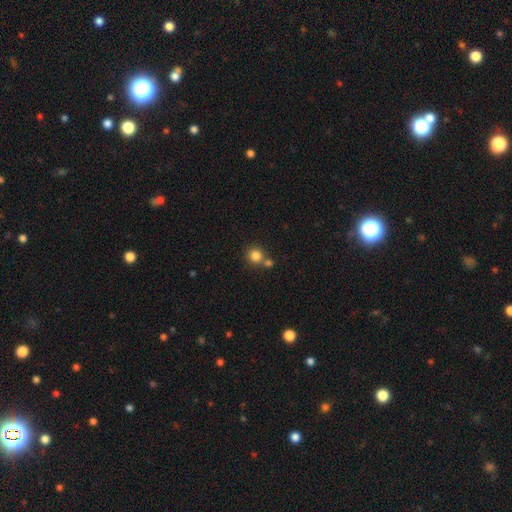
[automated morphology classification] The model was most divided on "merging": none: 61%, merger: 28%, minor disturbance: 8%, major disturbance: 3%. More confident: how rounded — round (91%); smooth or featured — smooth (83%).